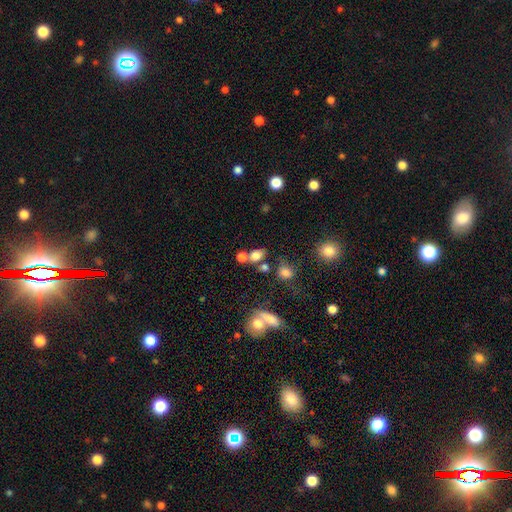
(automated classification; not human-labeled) This appears to be a smooth galaxy with no disk features (76%) that is in between round and cigar-shaped (71%). Merging: none (56%).